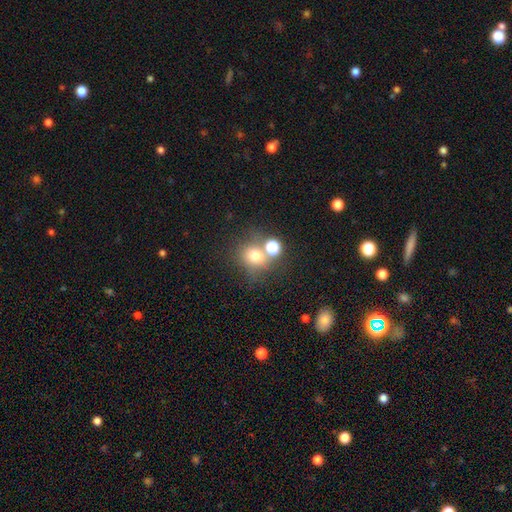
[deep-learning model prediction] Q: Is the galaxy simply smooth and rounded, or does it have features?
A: smooth — 70%.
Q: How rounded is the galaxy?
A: round — 76%.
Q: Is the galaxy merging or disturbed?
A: none — 53%.